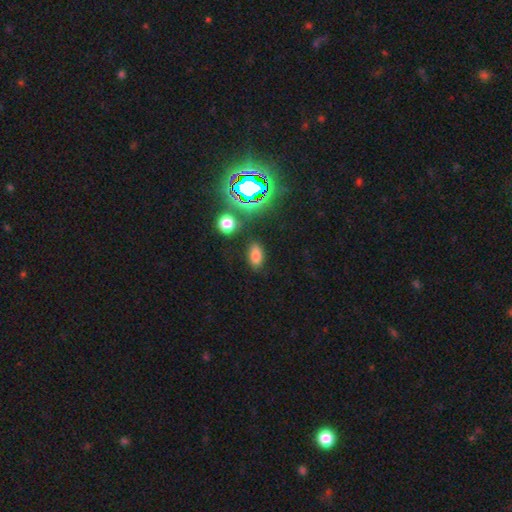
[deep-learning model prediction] A smooth galaxy with no disk features (68%) that is in between round and cigar-shaped (88%). Merging: none (83%).